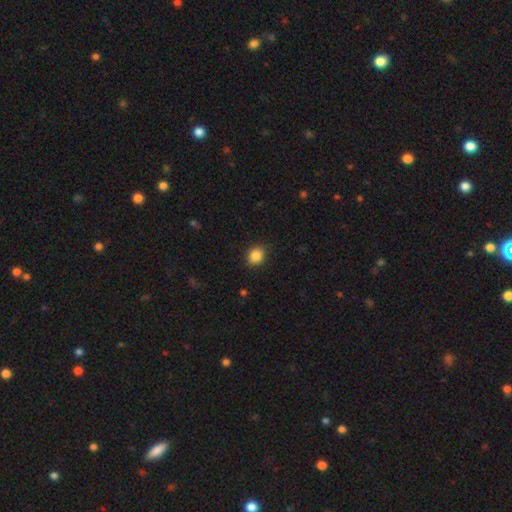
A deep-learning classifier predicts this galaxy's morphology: Smooth or featured: smooth — 87% (star or artifact — 9%)
How rounded: round — 66% (in between — 33%)
Merging: none — 87% (minor disturbance — 10%)